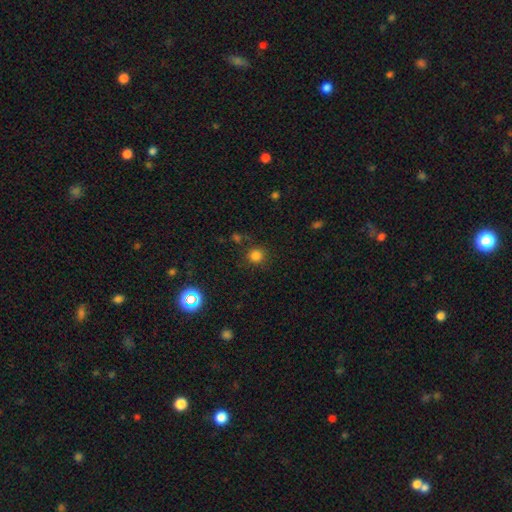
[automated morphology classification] smooth 79%, star or artifact 17%, featured or disk 5%. Down the decision tree: how rounded — round (93%); merging — none (83%).